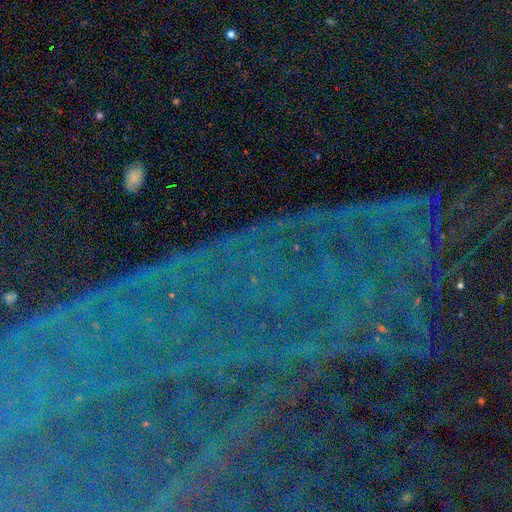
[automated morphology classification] Smooth or featured?
  - star or artifact: 87% *
  - featured or disk: 7%
  - smooth: 6%